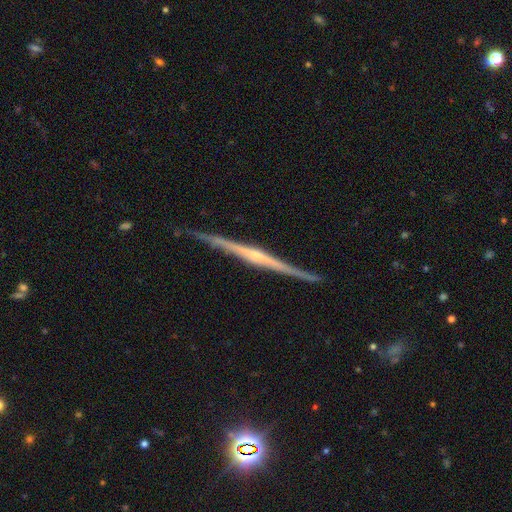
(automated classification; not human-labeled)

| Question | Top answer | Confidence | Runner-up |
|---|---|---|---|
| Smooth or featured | featured or disk | 83% | smooth (12%) |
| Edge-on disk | yes | 98% | no (2%) |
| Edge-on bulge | rounded | 56% | none (32%) |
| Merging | none | 87% | minor disturbance (10%) |